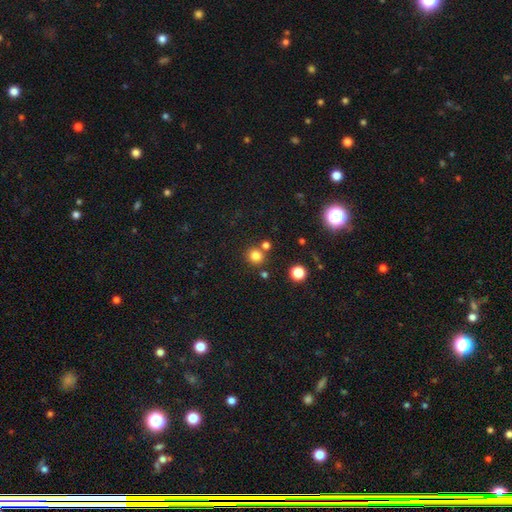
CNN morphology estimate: smooth_or_featured: smooth (p=0.79) [alt: star or artifact p=0.15]
how_rounded: round (p=0.91) [alt: in between p=0.09]
merging: none (p=0.76) [alt: merger p=0.14]